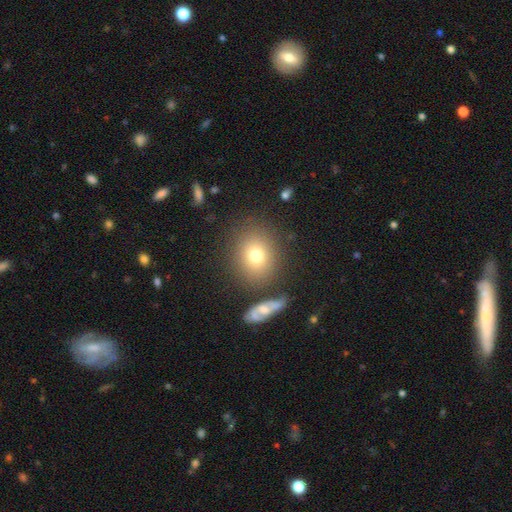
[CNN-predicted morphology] This appears to be a smooth galaxy with no disk features (75%) that is round (64%). Merging: none (79%).